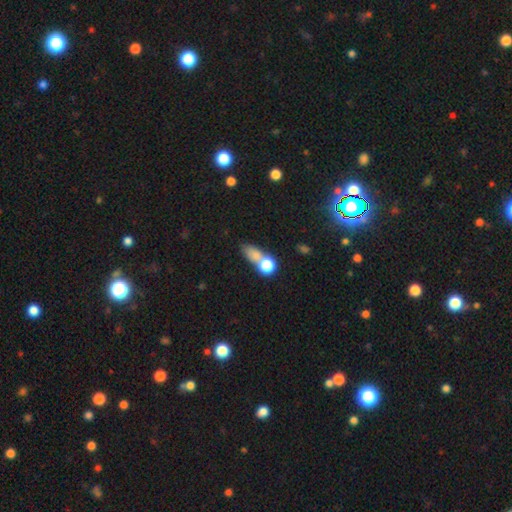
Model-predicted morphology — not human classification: Smooth or featured? smooth (73%)
How rounded? in between (55%)
Merging? merger (40%, tied with none)